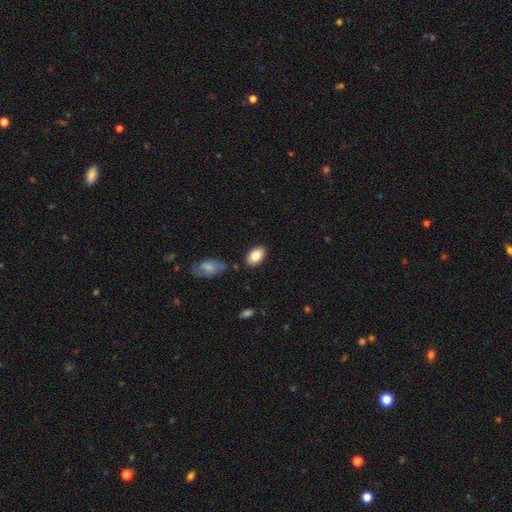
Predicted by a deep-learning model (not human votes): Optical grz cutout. It shows a smooth galaxy with no disk features (84%) that is in between round and cigar-shaped (92%). Merging: none (84%).